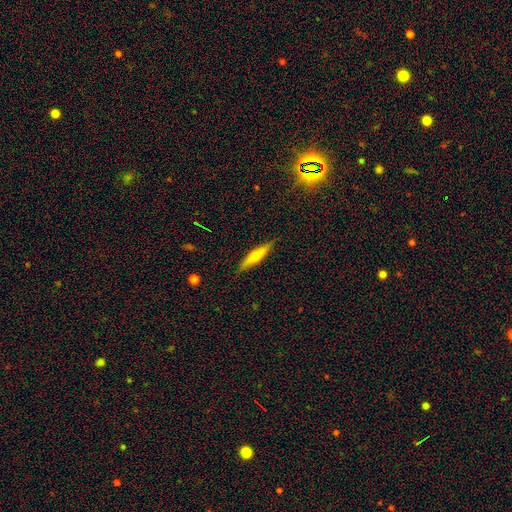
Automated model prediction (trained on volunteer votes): smooth-or-featured: featured or disk: 51% | smooth: 42% | star or artifact: 6%
  disk-edge-on: yes: 94% | no: 6%
  merging: none: 88% | minor disturbance: 9% | major disturbance: 2% | merger: 1%